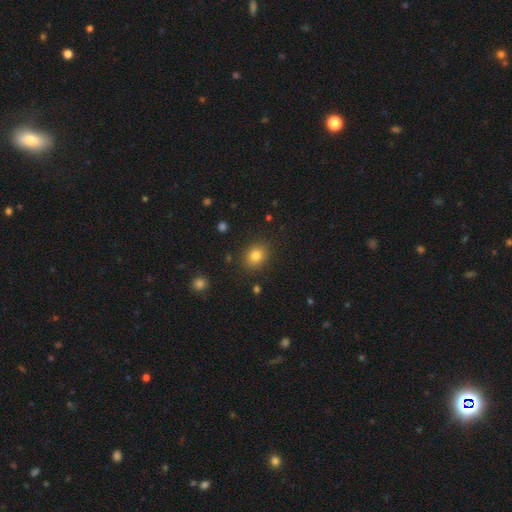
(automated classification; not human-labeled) Smooth or featured: smooth — 81% (star or artifact — 12%)
How rounded: round — 53% (in between — 46%)
Merging: none — 87% (minor disturbance — 8%)